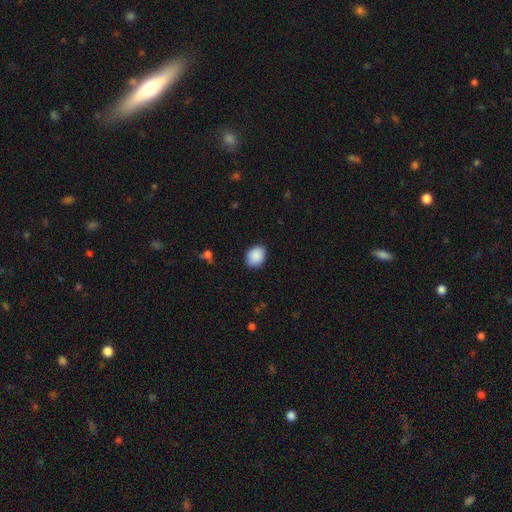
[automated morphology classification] A smooth galaxy with no disk features (90%) that is in between round and cigar-shaped (62%). Merging: none (88%).